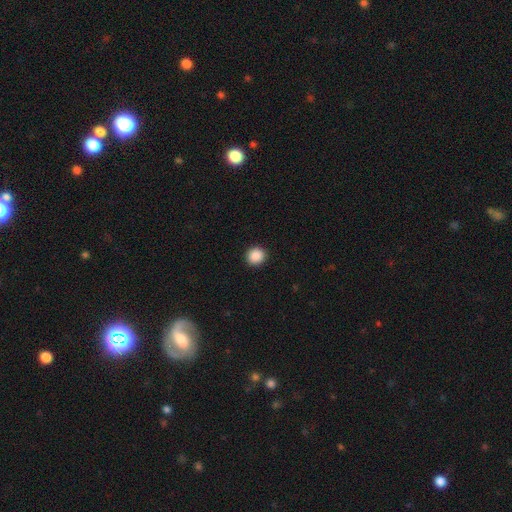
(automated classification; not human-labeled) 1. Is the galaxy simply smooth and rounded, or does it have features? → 89% smooth, 9% star or artifact, 2% featured or disk.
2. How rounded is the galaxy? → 91% round, 8% in between, 1% cigar-shaped.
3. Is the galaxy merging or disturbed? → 93% none, 5% minor disturbance, 2% major disturbance, 1% merger.